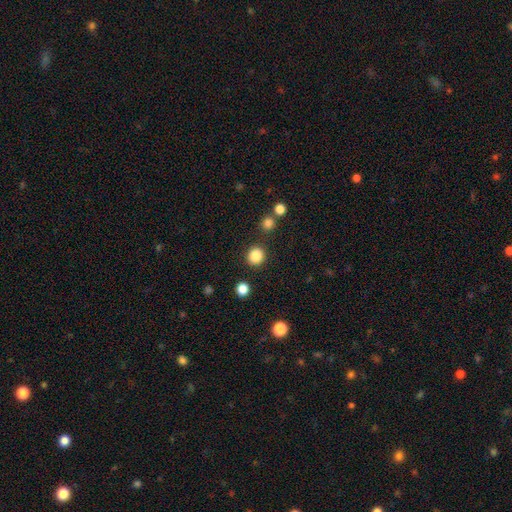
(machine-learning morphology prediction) Smooth or featured: smooth — 86% (star or artifact — 11%)
How rounded: round — 91% (in between — 8%)
Merging: none — 89% (minor disturbance — 6%)